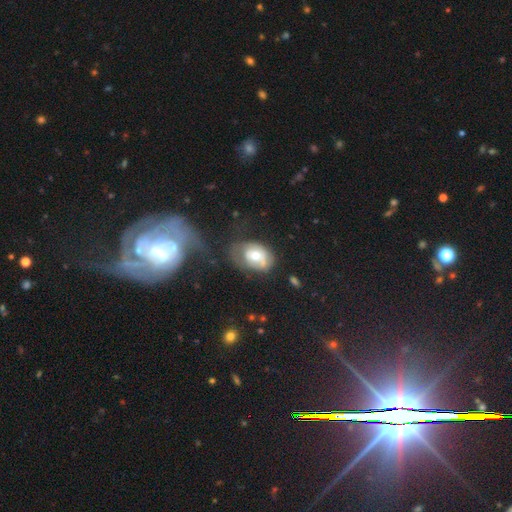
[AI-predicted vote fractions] This appears to be a featured or disk galaxy (46%, tied with smooth). Merging: none (37%).